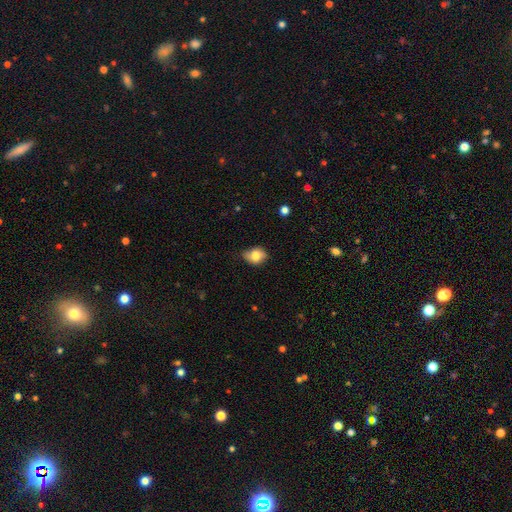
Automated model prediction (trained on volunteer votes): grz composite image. It shows a smooth galaxy with no disk features (73%) that is in between round and cigar-shaped (59%). Merging: none (67%).